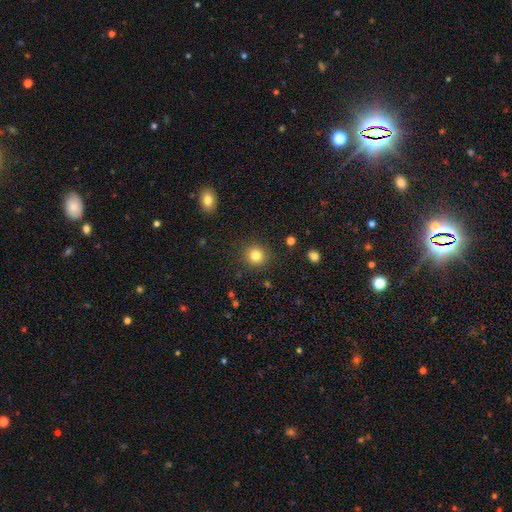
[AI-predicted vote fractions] A smooth galaxy with no disk features (83%) that is round (91%).

Vote fractions:
- Smooth or featured? smooth: 83% / star or artifact: 12% / featured or disk: 6%
- How rounded? round: 91% / in between: 8% / cigar-shaped: 1%
- Merging? none: 90% / minor disturbance: 6% / major disturbance: 2% / merger: 1%